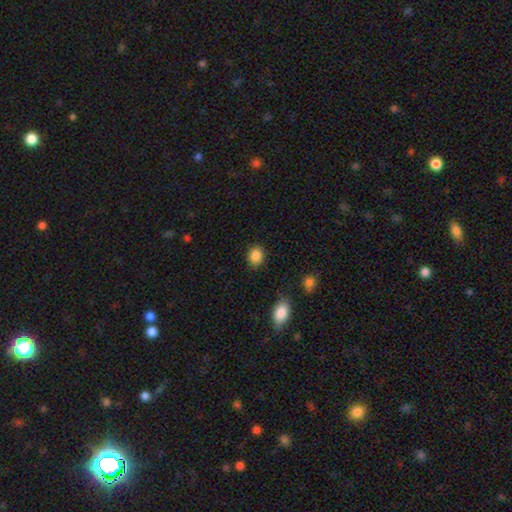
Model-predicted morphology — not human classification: smooth-or-featured: smooth: 87% | star or artifact: 9% | featured or disk: 4%
  how-rounded: round: 51% | in between: 48% | cigar-shaped: 1%
  merging: none: 85% | minor disturbance: 10% | major disturbance: 3% | merger: 2%